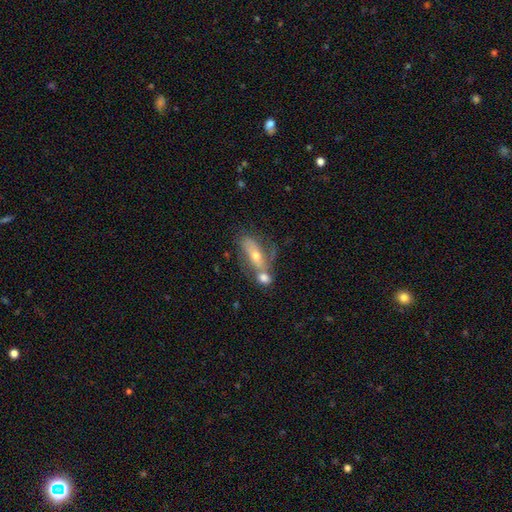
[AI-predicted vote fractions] featured or disk 56%, smooth 35%, star or artifact 9%. Down the decision tree: edge-on disk — no (75%); merging — merger (40%).